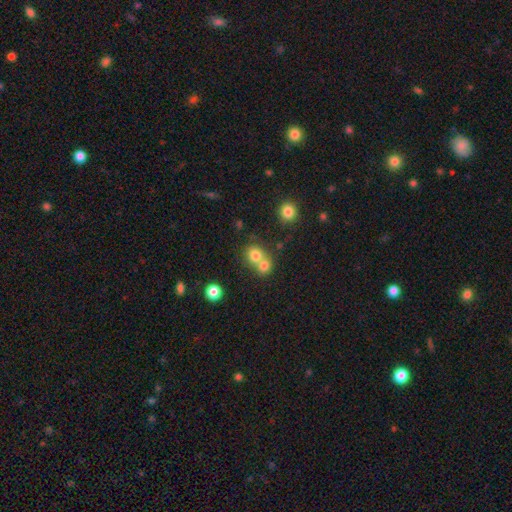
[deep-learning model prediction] Smooth or featured: smooth — 76% (star or artifact — 13%)
How rounded: round — 80% (in between — 19%)
Merging: merger — 56% (none — 36%)